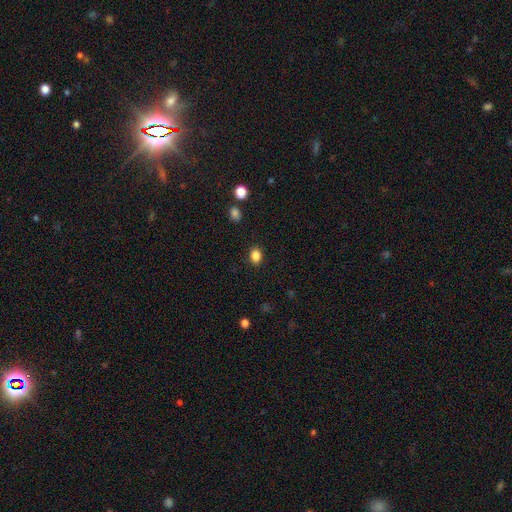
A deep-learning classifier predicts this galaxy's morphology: Smooth or featured?
  - smooth: 86% *
  - star or artifact: 10%
  - featured or disk: 4%
How rounded?
  - in between: 69% *
  - round: 29%
  - cigar-shaped: 1%
Merging?
  - none: 88% *
  - minor disturbance: 9%
  - major disturbance: 2%
  - merger: 1%